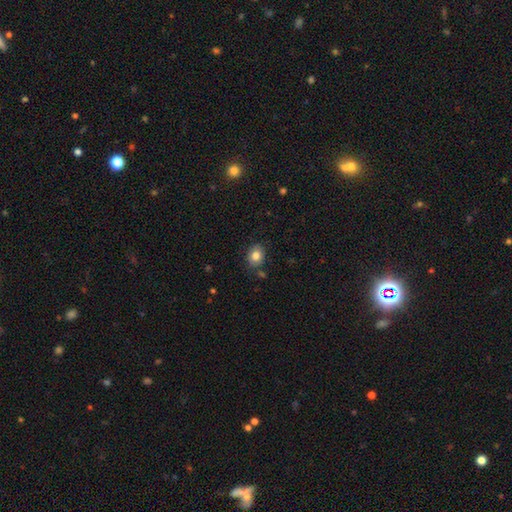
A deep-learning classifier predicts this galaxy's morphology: Q: Smooth or featured?
A: smooth (80%); runner-up: featured or disk (10%)
Q: How rounded?
A: in between (50%); runner-up: round (49%)
Q: Merging?
A: none (82%); runner-up: minor disturbance (12%)